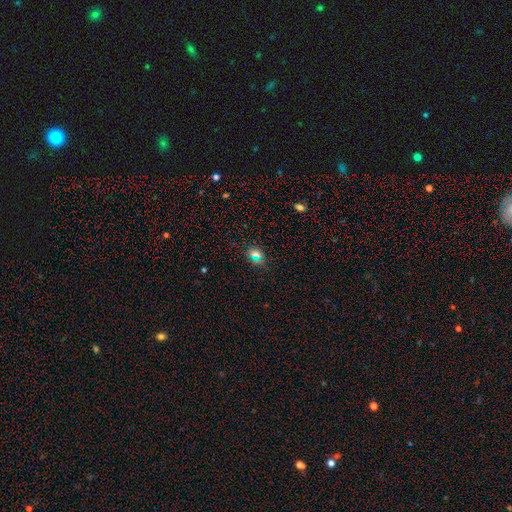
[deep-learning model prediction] Smooth or featured? Predicted: smooth (p=0.60). How rounded? Predicted: round (p=0.54). Merging? Predicted: none (p=0.83).